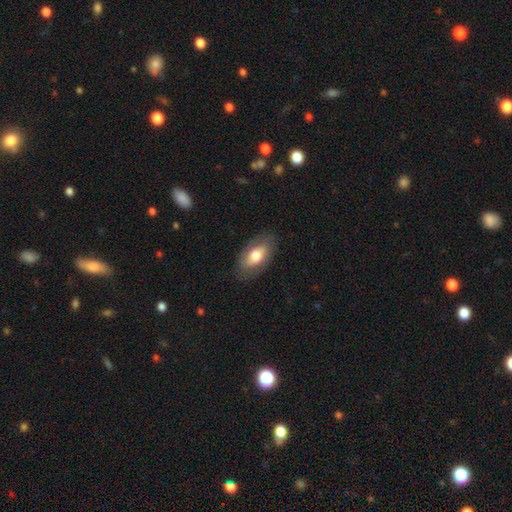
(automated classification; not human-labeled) smooth_or_featured: smooth (p=0.62) [alt: featured or disk p=0.31]
how_rounded: in between (p=0.91) [alt: cigar-shaped p=0.05]
merging: none (p=0.81) [alt: minor disturbance p=0.14]